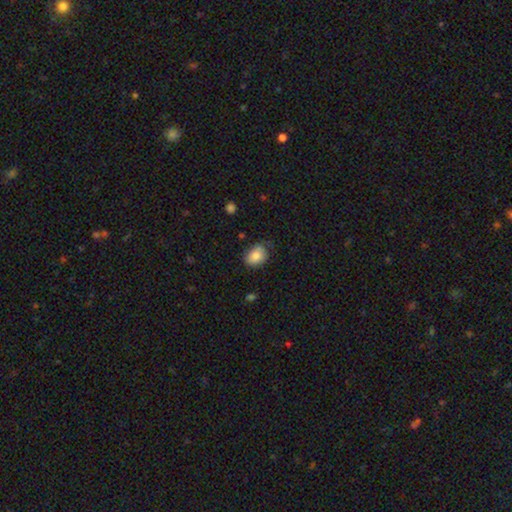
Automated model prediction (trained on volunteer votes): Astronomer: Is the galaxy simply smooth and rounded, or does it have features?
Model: smooth — 82%.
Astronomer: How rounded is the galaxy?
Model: in between — 69%.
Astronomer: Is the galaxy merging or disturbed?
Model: none — 60%.